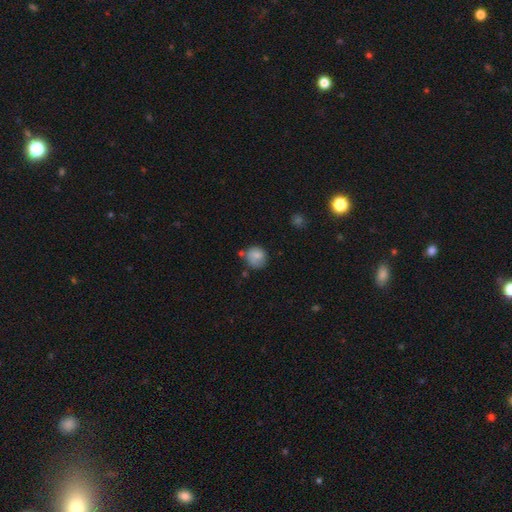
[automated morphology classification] smooth-or-featured: smooth: 75% | featured or disk: 16% | star or artifact: 9%
  how-rounded: round: 78% | in between: 21% | cigar-shaped: 1%
  merging: none: 58% | minor disturbance: 26% | merger: 9% | major disturbance: 8%